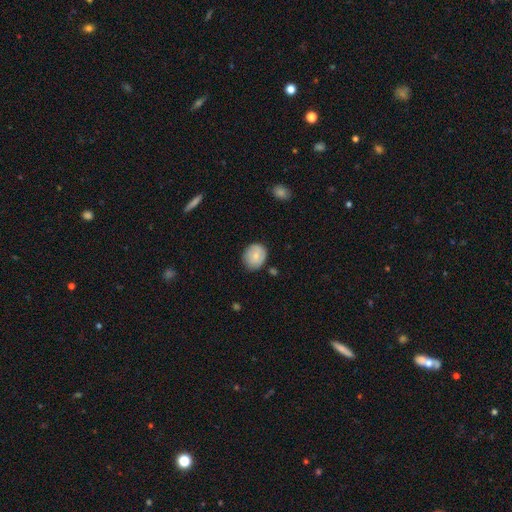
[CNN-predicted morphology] smooth-or-featured: smooth: 71% | featured or disk: 22% | star or artifact: 7%
  how-rounded: round: 66% | in between: 33% | cigar-shaped: 1%
  merging: none: 72% | minor disturbance: 22% | major disturbance: 4% | merger: 2%